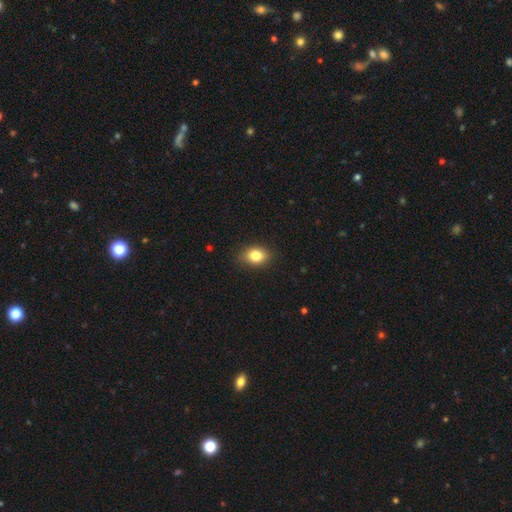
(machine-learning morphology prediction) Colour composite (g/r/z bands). It shows a smooth galaxy with no disk features (81%) that is in between round and cigar-shaped (63%). Merging: none (84%).